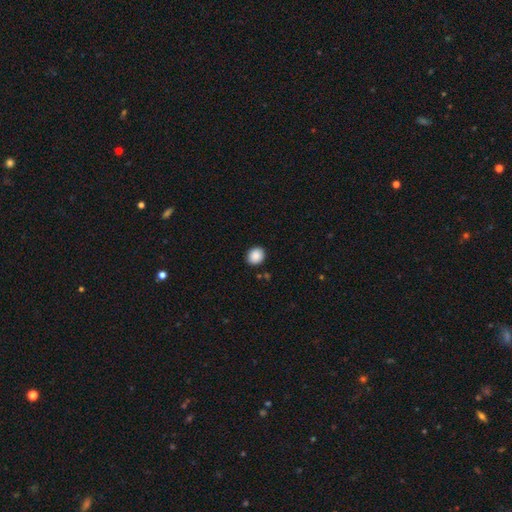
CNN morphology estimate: Smooth or featured? smooth (89%)
How rounded? round (67%)
Merging? none (89%)